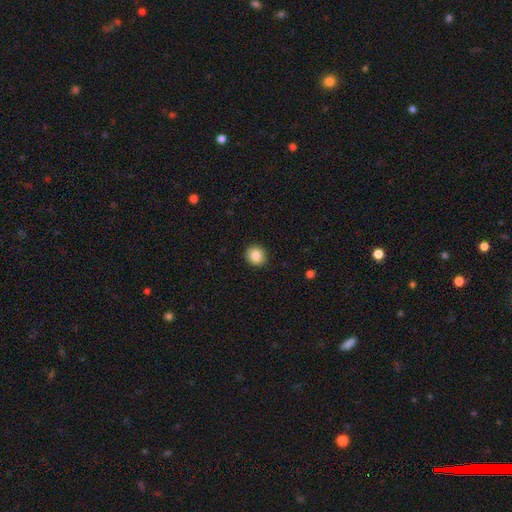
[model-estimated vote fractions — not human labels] This appears to be a smooth galaxy with no disk features (85%) that is round (85%). Merging: none (92%).